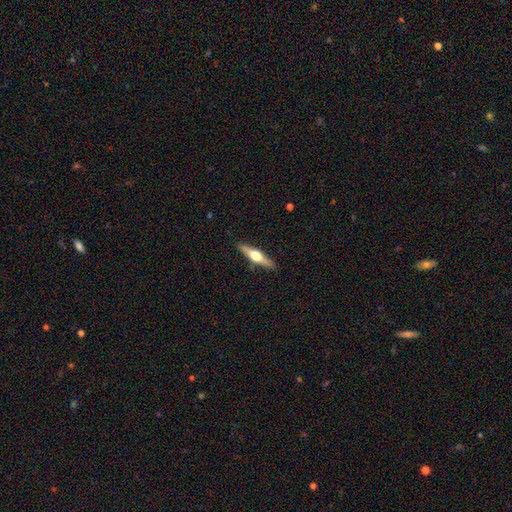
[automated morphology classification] Smooth or featured?
  - featured or disk: 66% *
  - smooth: 28%
  - star or artifact: 5%
Edge-on disk?
  - yes: 97% *
  - no: 3%
Edge-on bulge?
  - rounded: 95% *
  - boxy: 3%
  - none: 2%
Merging?
  - none: 90% *
  - minor disturbance: 7%
  - major disturbance: 2%
  - merger: 1%